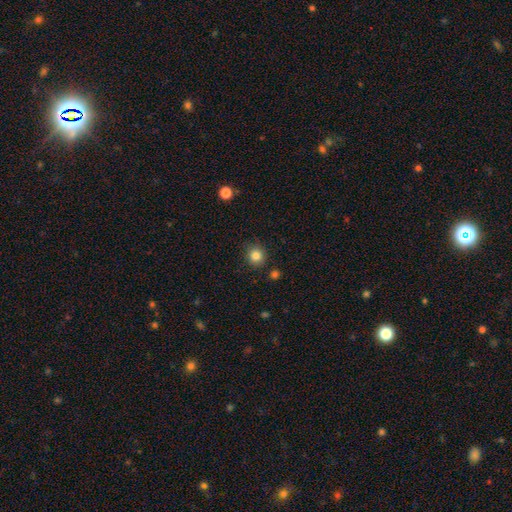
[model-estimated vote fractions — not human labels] Smooth or featured? Predicted: smooth (p=0.83). How rounded? Predicted: round (p=0.89). Merging? Predicted: none (p=0.86).